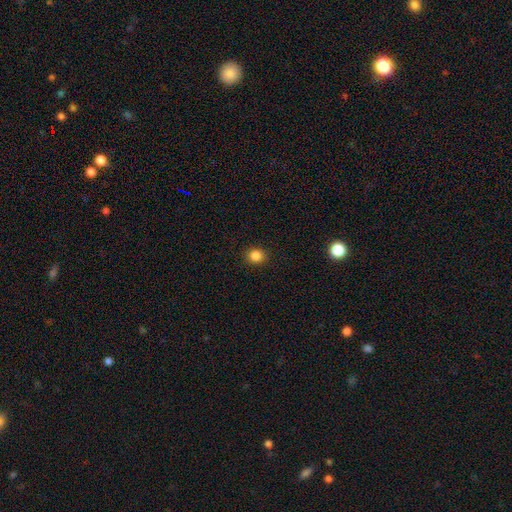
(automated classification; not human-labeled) Overall: smooth (85%). How rounded: round (80%). Merging: none (91%).